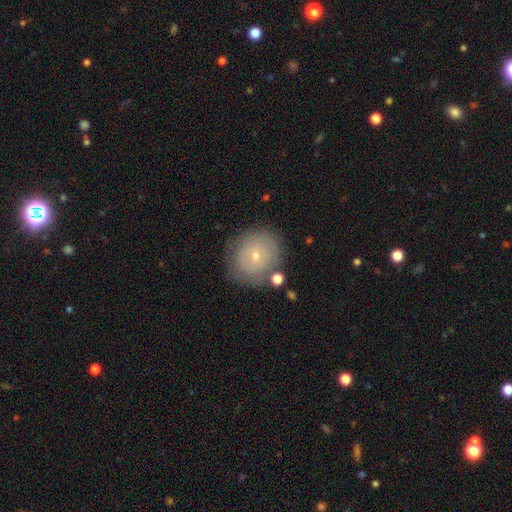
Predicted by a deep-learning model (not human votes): Smooth or featured?
  - smooth: 59% *
  - featured or disk: 32%
  - star or artifact: 9%
How rounded?
  - round: 82% *
  - in between: 17%
  - cigar-shaped: 1%
Merging?
  - none: 76% *
  - minor disturbance: 15%
  - major disturbance: 5%
  - merger: 4%